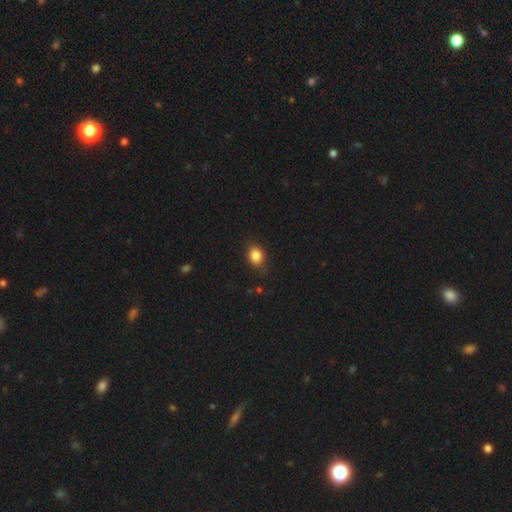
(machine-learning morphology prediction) Overall: smooth (84%). How rounded: in between (52%; round 47%). Merging: none (82%).